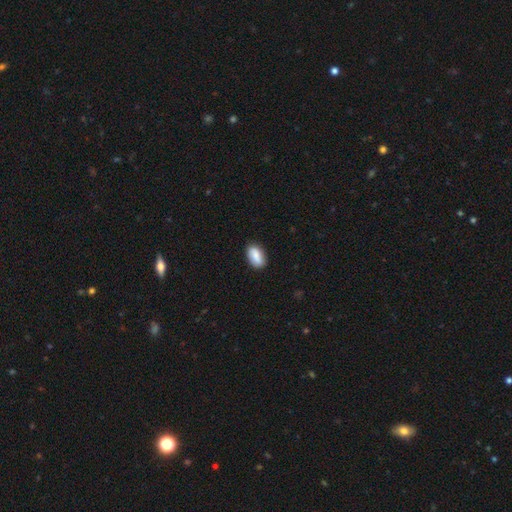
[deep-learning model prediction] Smooth or featured: smooth — 83% (featured or disk — 10%)
How rounded: in between — 91% (round — 6%)
Merging: none — 84% (minor disturbance — 12%)